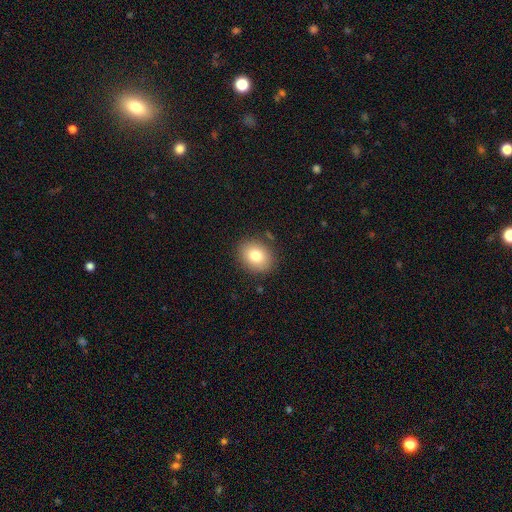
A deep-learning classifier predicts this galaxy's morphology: Smooth or featured: smooth — 80% (featured or disk — 10%)
How rounded: round — 55% (in between — 44%)
Merging: none — 86% (minor disturbance — 9%)